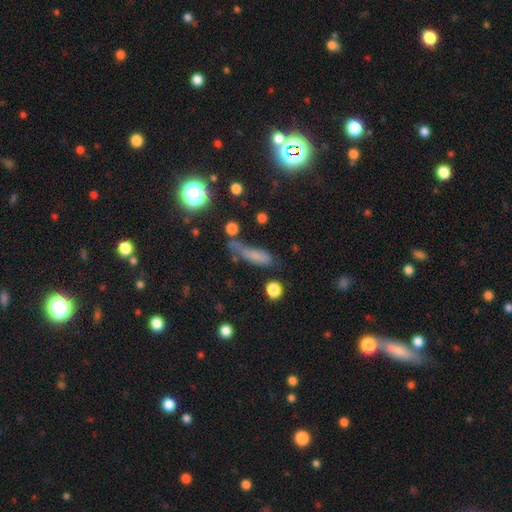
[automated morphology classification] smooth_or_featured: smooth (p=0.69) [alt: featured or disk p=0.16]
how_rounded: cigar-shaped (p=0.56) [alt: in between p=0.37]
merging: none (p=0.39) [alt: minor disturbance p=0.28]